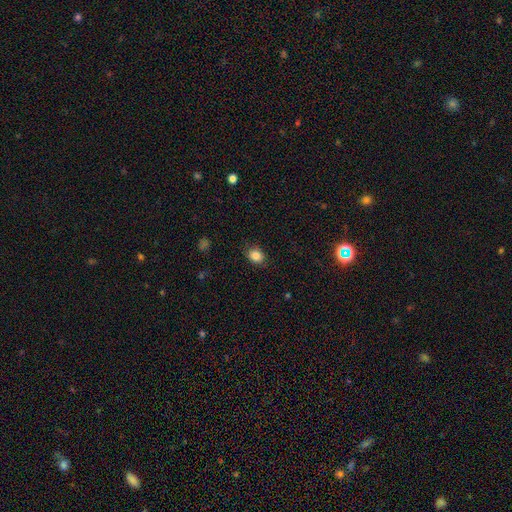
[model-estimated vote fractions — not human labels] The model was most divided on "how rounded": in between: 51%, round: 48%, cigar-shaped: 1%. More confident: merging — none (84%); smooth or featured — smooth (83%).